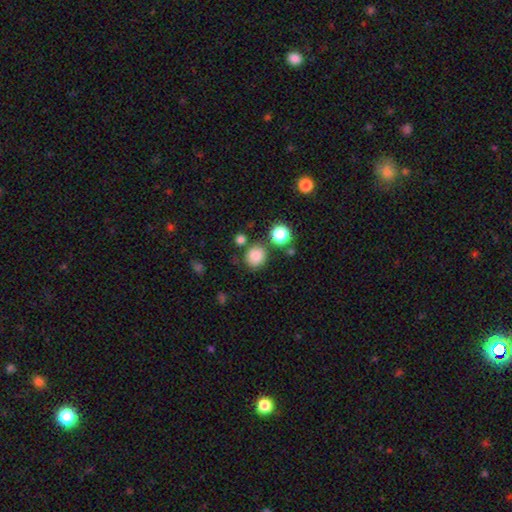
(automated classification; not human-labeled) This appears to be a smooth galaxy with no disk features (83%) that is round (84%). Merging: none (76%).